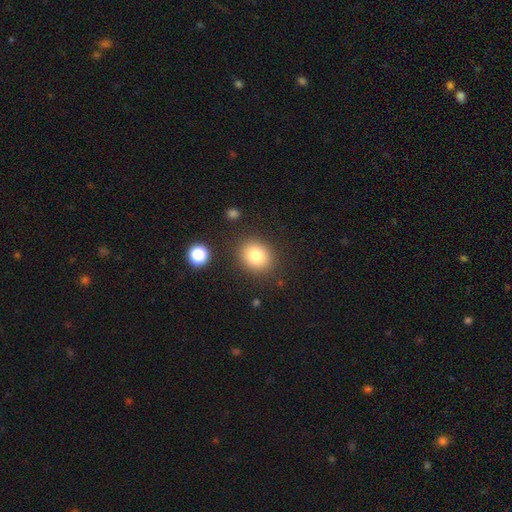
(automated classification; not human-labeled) Overall: smooth (81%). How rounded: round (68%; in between 31%). Merging: none (86%).